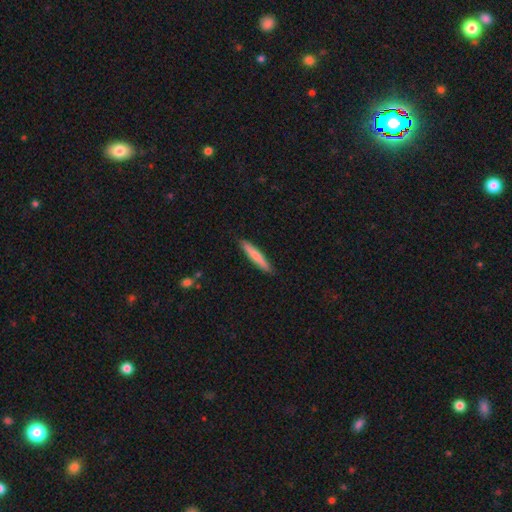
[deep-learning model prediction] Smooth or featured? Predicted: smooth (p=0.73). How rounded? Predicted: cigar-shaped (p=0.93). Merging? Predicted: none (p=0.89).